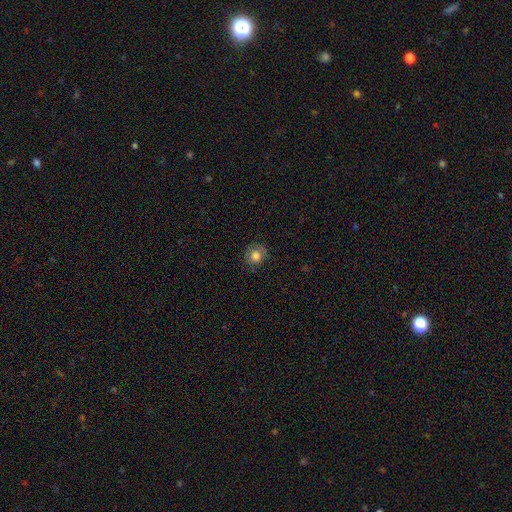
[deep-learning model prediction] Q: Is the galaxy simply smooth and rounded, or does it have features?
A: smooth — 80%.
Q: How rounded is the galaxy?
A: round — 83%.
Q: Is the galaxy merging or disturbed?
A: none — 78%.